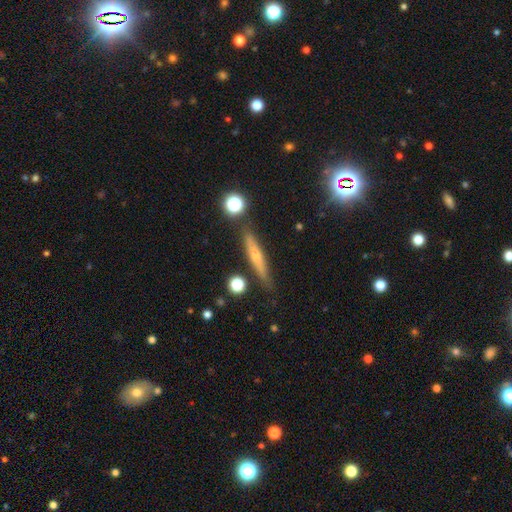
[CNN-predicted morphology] Smooth or featured? Predicted: smooth (p=0.51). How rounded? Predicted: cigar-shaped (p=0.90). Merging? Predicted: none (p=0.83).